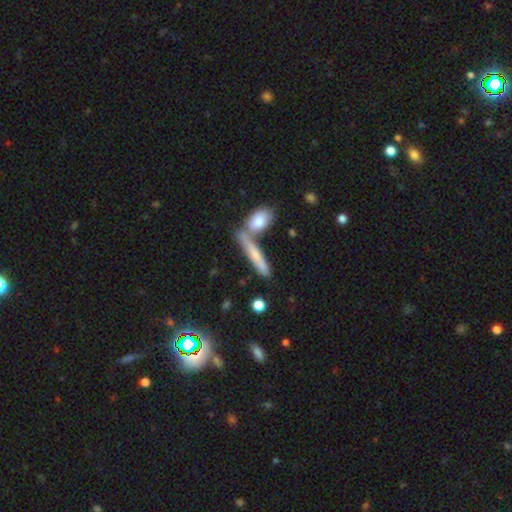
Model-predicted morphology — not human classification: This is likely a smooth galaxy (61%). How rounded: clearly cigar-shaped (83%). Merging: possibly none (56%).